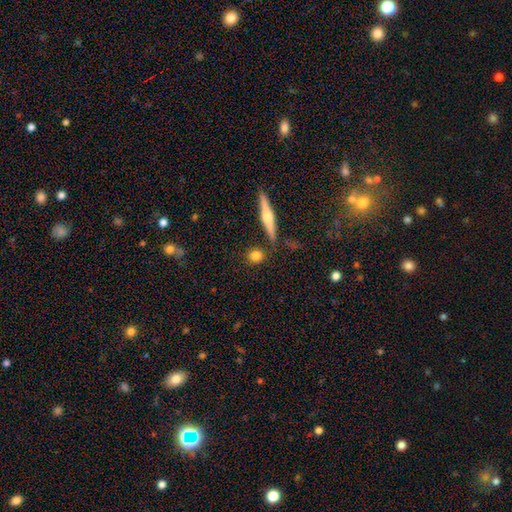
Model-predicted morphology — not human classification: smooth-or-featured: smooth: 79% | featured or disk: 13% | star or artifact: 8%
  how-rounded: round: 76% | in between: 17% | cigar-shaped: 7%
  merging: none: 83% | minor disturbance: 8% | merger: 6% | major disturbance: 3%